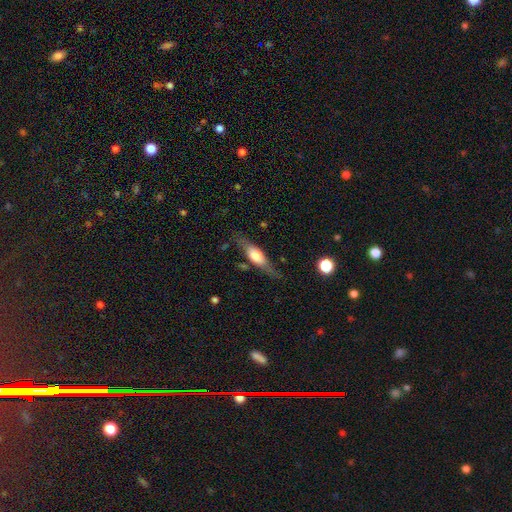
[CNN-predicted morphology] Q: Smooth or featured?
A: featured or disk (47%); tied with: smooth (47%)
Q: Merging?
A: none (72%); runner-up: minor disturbance (19%)